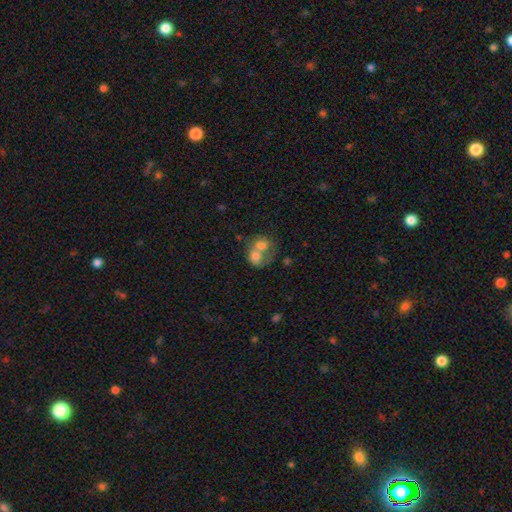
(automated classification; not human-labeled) smooth_or_featured: smooth (p=0.62) [alt: featured or disk p=0.29]
how_rounded: round (p=0.54) [alt: in between p=0.45]
merging: merger (p=0.76) [alt: none p=0.13]